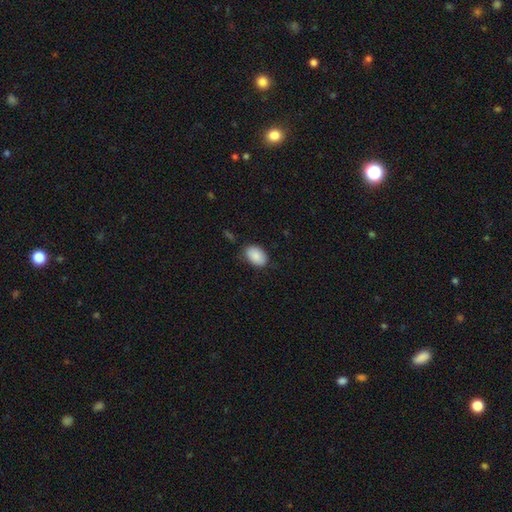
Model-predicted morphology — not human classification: Smooth or featured?
  - smooth: 88% *
  - star or artifact: 7%
  - featured or disk: 5%
How rounded?
  - in between: 89% *
  - round: 10%
  - cigar-shaped: 1%
Merging?
  - none: 79% *
  - minor disturbance: 16%
  - major disturbance: 3%
  - merger: 2%